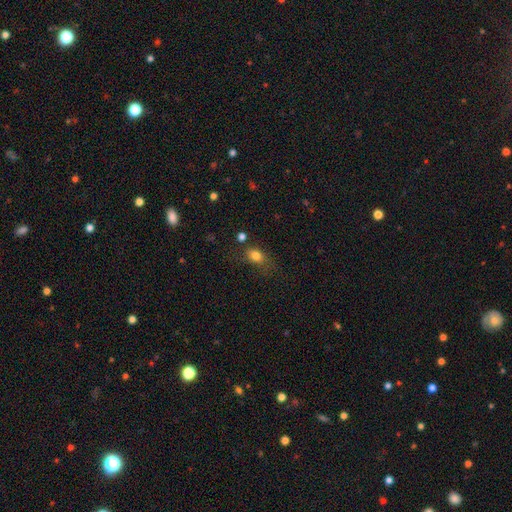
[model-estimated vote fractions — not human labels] Smooth or featured? Predicted: smooth (p=0.80). How rounded? Predicted: in between (p=0.62). Merging? Predicted: none (p=0.56).